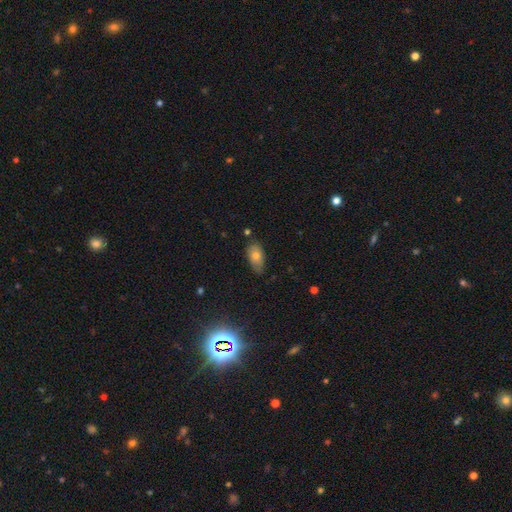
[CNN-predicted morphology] type=smooth (70%); roundness=in between (90%); merging=none (60%).